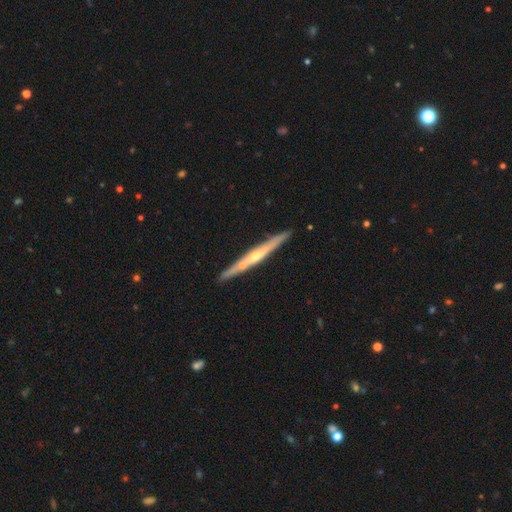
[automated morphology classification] smooth_or_featured: featured or disk (p=0.70) [alt: smooth p=0.24]
disk_edge_on: yes (p=0.96) [alt: no p=0.04]
edge_on_bulge: rounded (p=0.67) [alt: none p=0.29]
merging: none (p=0.84) [alt: minor disturbance p=0.09]